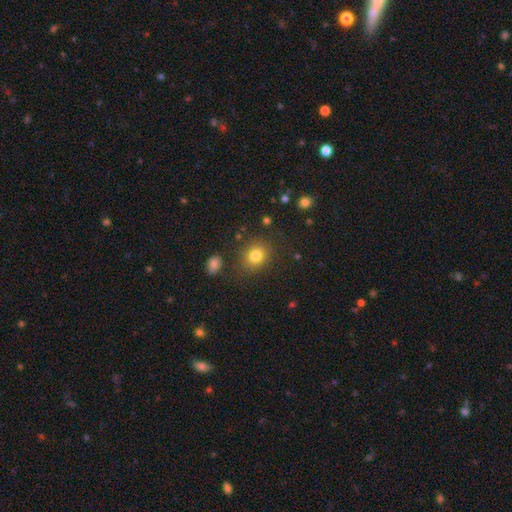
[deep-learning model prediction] This appears to be a smooth galaxy with no disk features (80%) that is round (67%). Merging: none (82%).